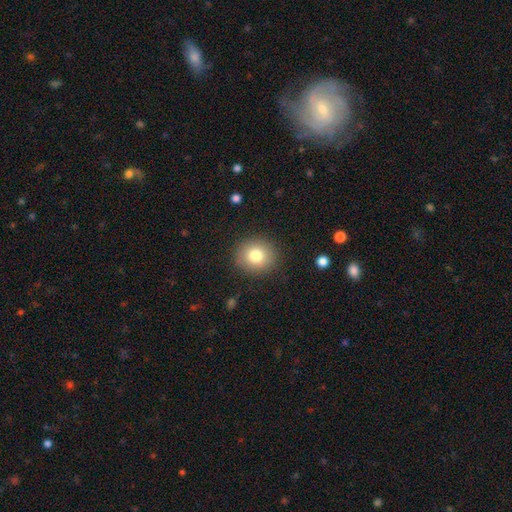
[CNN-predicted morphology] This appears to be a smooth galaxy with no disk features (80%) that is round (81%). Merging: none (88%).